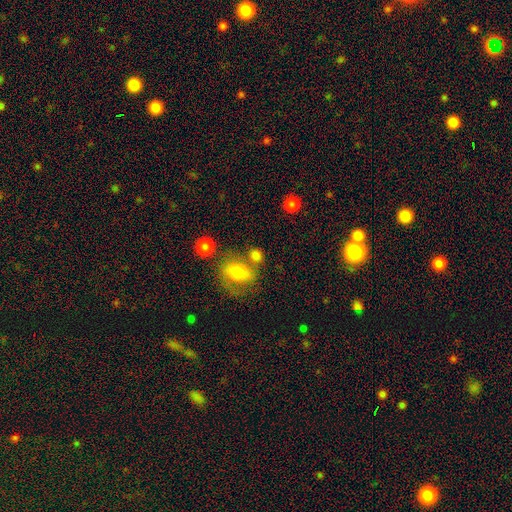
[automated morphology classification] smooth-or-featured: smooth: 74% | featured or disk: 14% | star or artifact: 13%
  how-rounded: round: 67% | in between: 32% | cigar-shaped: 1%
  merging: none: 59% | merger: 22% | minor disturbance: 13% | major disturbance: 6%